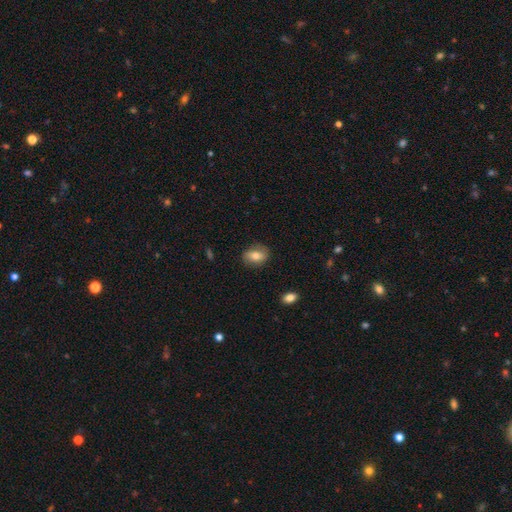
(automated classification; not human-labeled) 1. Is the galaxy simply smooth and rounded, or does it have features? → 74% smooth, 18% featured or disk, 8% star or artifact.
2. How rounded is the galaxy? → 71% in between, 27% round, 2% cigar-shaped.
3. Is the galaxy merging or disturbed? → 82% none, 14% minor disturbance, 3% major disturbance, 1% merger.